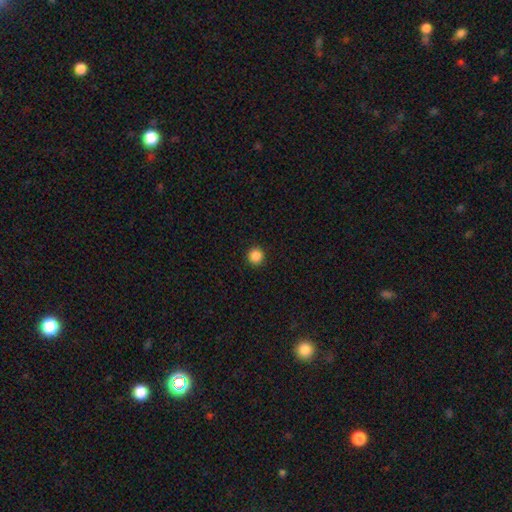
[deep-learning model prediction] Smooth or featured? Predicted: smooth (p=0.87). How rounded? Predicted: round (p=0.95). Merging? Predicted: none (p=0.93).